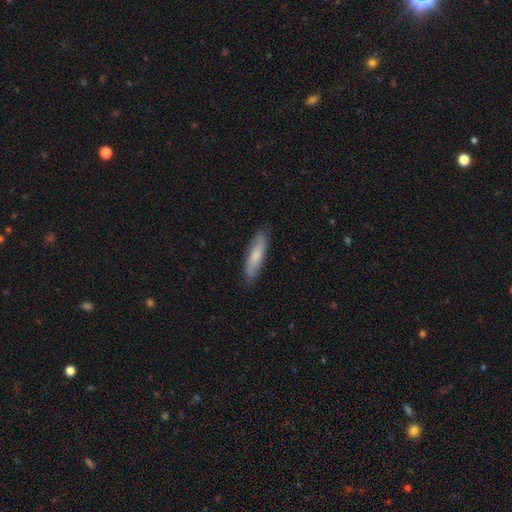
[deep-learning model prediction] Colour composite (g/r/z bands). It shows a smooth galaxy with no disk features (61%) that is cigar-shaped (69%). Merging: none (84%).